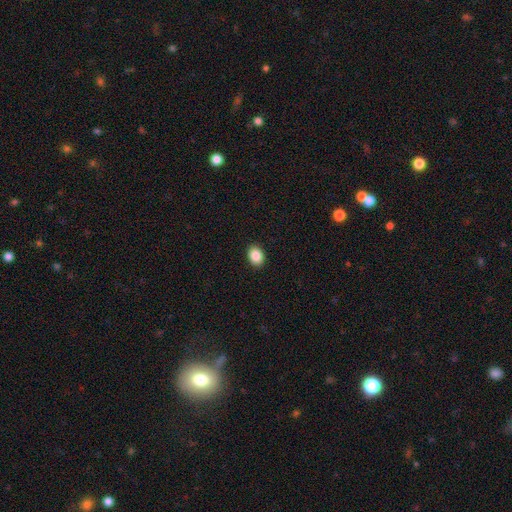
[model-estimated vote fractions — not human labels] Smooth or featured? smooth (89%)
How rounded? in between (59%)
Merging? none (91%)